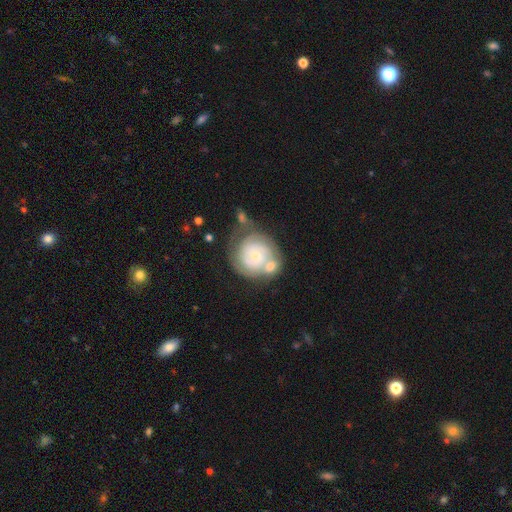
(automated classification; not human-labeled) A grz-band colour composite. It shows a featured or disk galaxy (73%) with no bar (77%), tight (75%) spiral arms (86%) and a small central bulge (57%). Merging: none (49%).